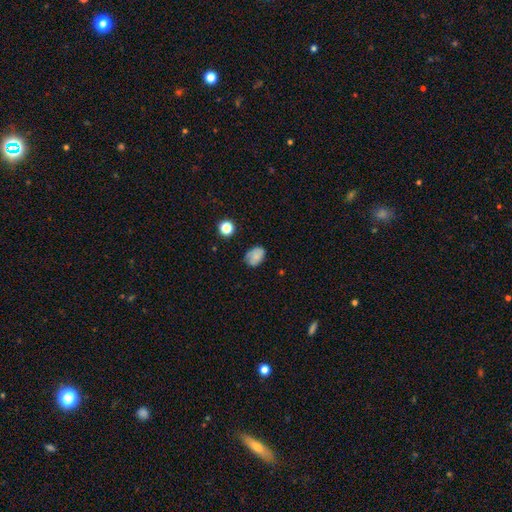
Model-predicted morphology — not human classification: A smooth galaxy with no disk features (76%) that is in between round and cigar-shaped (67%).

Vote fractions:
- Smooth or featured? smooth: 76% / featured or disk: 13% / star or artifact: 10%
- How rounded? in between: 67% / round: 32% / cigar-shaped: 1%
- Merging? none: 67% / minor disturbance: 25% / major disturbance: 6% / merger: 2%